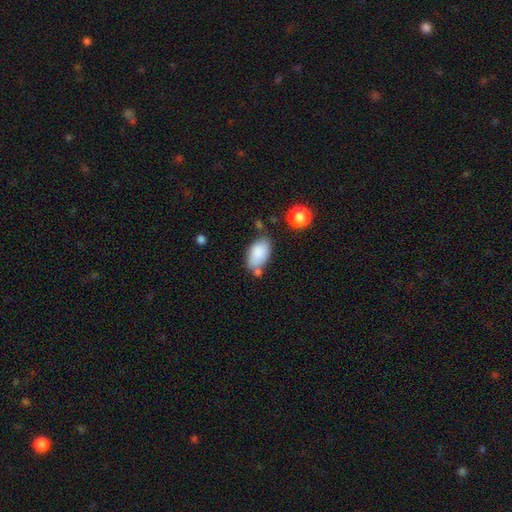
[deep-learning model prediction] smooth 85%, star or artifact 7%, featured or disk 7%. Down the decision tree: how rounded — in between (94%); merging — none (62%).